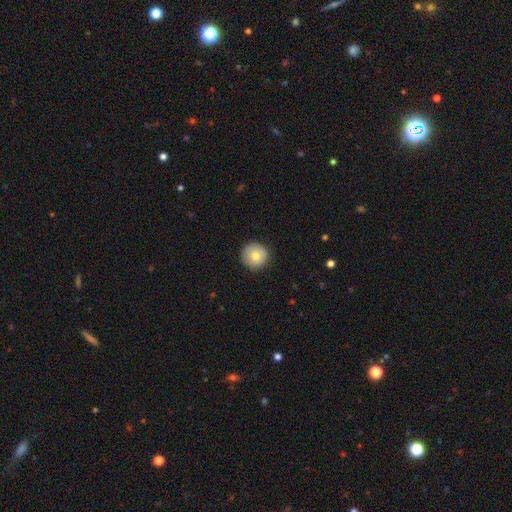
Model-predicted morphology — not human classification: Smooth or featured: smooth — 77% (featured or disk — 15%)
How rounded: round — 95% (in between — 4%)
Merging: none — 89% (minor disturbance — 9%)